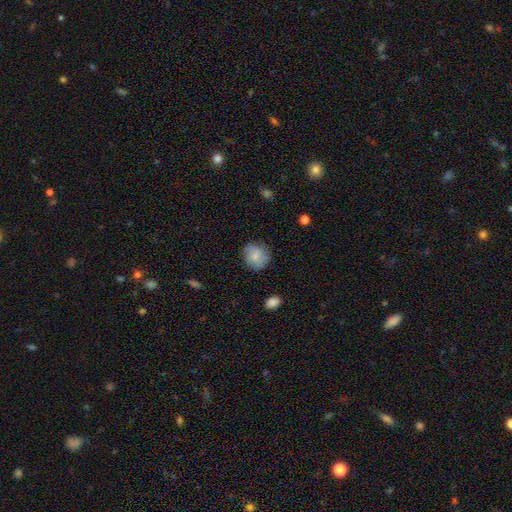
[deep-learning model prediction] The model was most divided on "merging": none: 76%, minor disturbance: 18%, major disturbance: 5%, merger: 1%. More confident: how rounded — round (83%); smooth or featured — smooth (75%).